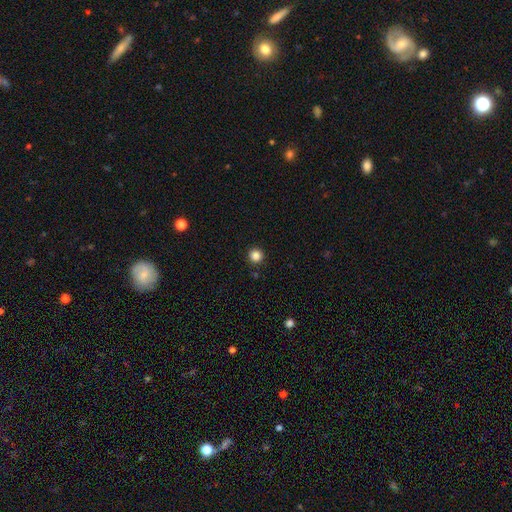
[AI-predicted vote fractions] Overall: smooth (85%). How rounded: round (96%). Merging: none (92%).